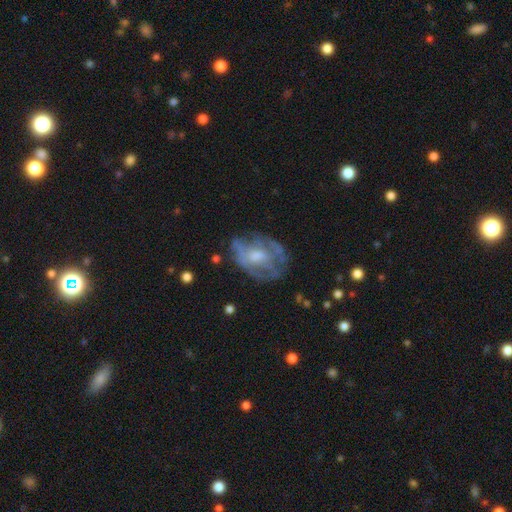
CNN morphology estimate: smooth-or-featured: featured or disk: 65% | smooth: 26% | star or artifact: 9%
  disk-edge-on: no: 95% | yes: 5%
    bar: no: 71% | weak: 24% | strong: 5%
    has-spiral-arms: no: 57% | yes: 43%
    bulge-size: moderate: 54% | small: 28% | large: 9% | none: 8% | dominant: 1%
  merging: none: 55% | minor disturbance: 23% | major disturbance: 19% | merger: 3%